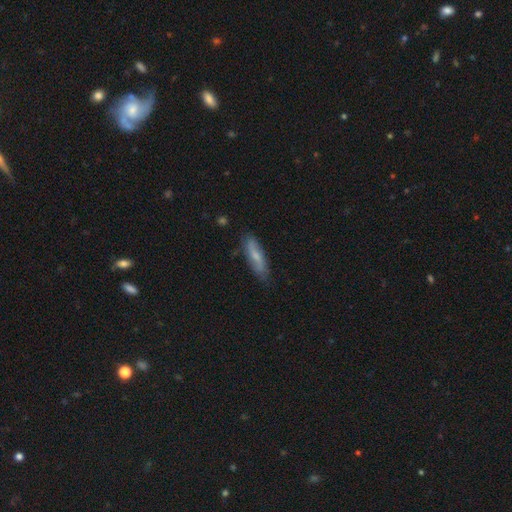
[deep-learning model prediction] Smooth or featured? Predicted: smooth (p=0.54). How rounded? Predicted: cigar-shaped (p=0.63). Merging? Predicted: none (p=0.78).